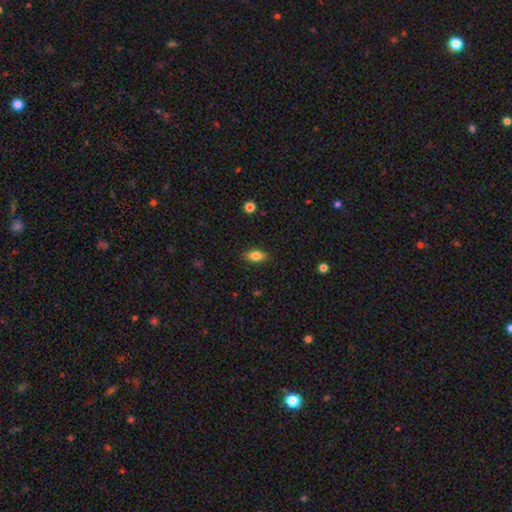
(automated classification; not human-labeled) Smooth or featured? smooth (81%)
How rounded? in between (85%)
Merging? none (86%)